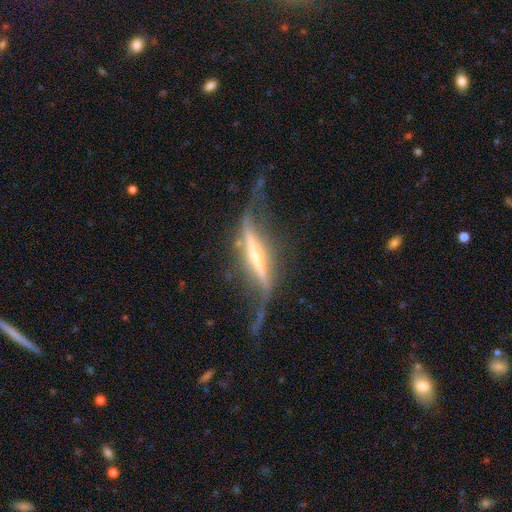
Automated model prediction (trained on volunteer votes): smooth_or_featured: featured or disk (p=0.85) [alt: smooth p=0.09]
disk_edge_on: yes (p=0.72) [alt: no p=0.28]
edge_on_bulge: rounded (p=0.63) [alt: none p=0.24]
merging: none (p=0.50) [alt: minor disturbance p=0.23]